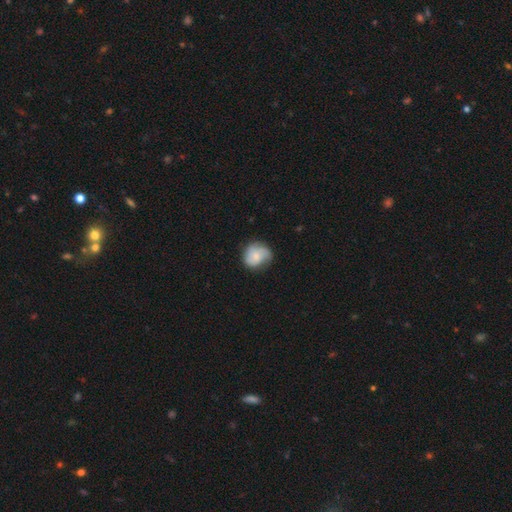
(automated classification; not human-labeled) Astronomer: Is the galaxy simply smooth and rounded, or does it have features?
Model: smooth — 58% (runner-up: featured or disk, 34%).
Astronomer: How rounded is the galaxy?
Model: round — 77%.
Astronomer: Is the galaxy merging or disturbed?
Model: none — 63%.